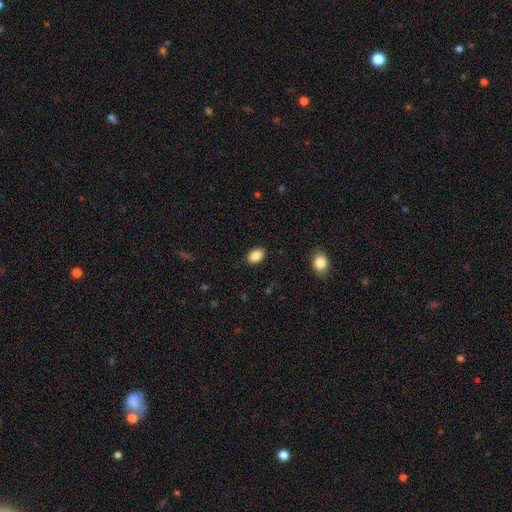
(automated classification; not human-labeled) Smooth or featured?
  - smooth: 88% *
  - star or artifact: 8%
  - featured or disk: 4%
How rounded?
  - in between: 84% *
  - round: 15%
  - cigar-shaped: 1%
Merging?
  - none: 86% *
  - minor disturbance: 10%
  - major disturbance: 3%
  - merger: 1%